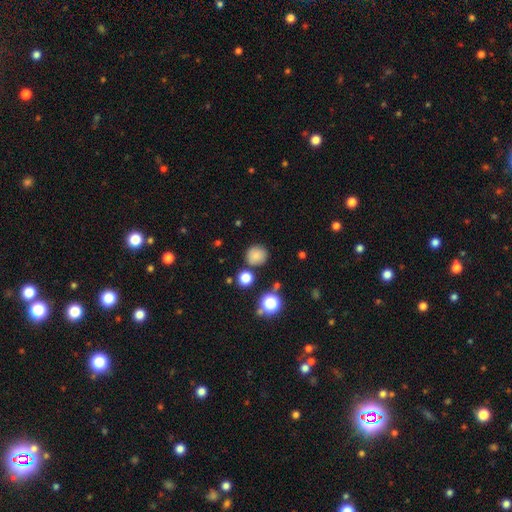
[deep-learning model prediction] Smooth or featured: smooth — 81% (star or artifact — 14%)
How rounded: round — 87% (in between — 12%)
Merging: none — 81% (minor disturbance — 10%)